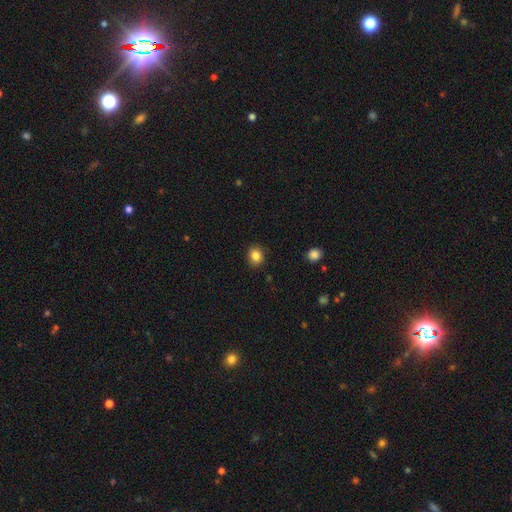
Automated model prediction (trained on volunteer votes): Q: Smooth or featured?
A: smooth (85%); runner-up: star or artifact (10%)
Q: How rounded?
A: round (68%); runner-up: in between (31%)
Q: Merging?
A: none (89%); runner-up: minor disturbance (8%)